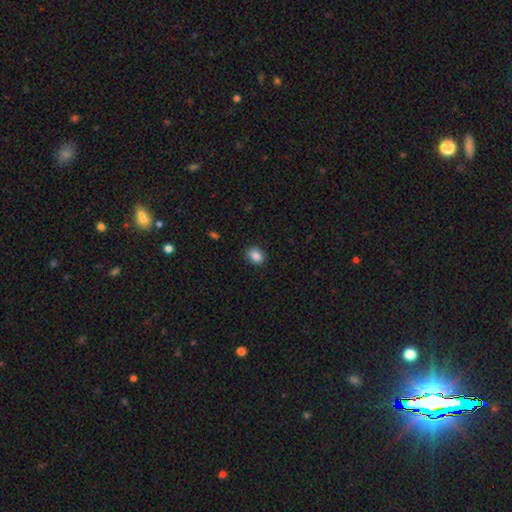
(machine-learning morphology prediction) smooth-or-featured: smooth: 87% | star or artifact: 9% | featured or disk: 3%
  how-rounded: in between: 52% | round: 47% | cigar-shaped: 1%
  merging: none: 87% | minor disturbance: 10% | major disturbance: 2% | merger: 1%